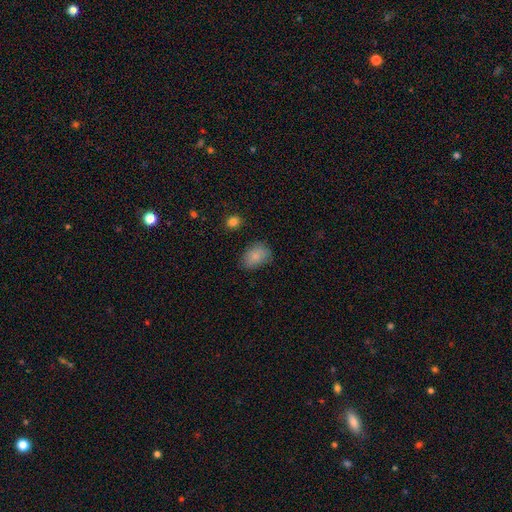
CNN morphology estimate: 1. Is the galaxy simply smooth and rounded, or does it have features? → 84% smooth, 8% featured or disk, 8% star or artifact.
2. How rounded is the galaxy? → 83% in between, 15% round, 1% cigar-shaped.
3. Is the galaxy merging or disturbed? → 68% none, 24% minor disturbance, 6% major disturbance, 2% merger.